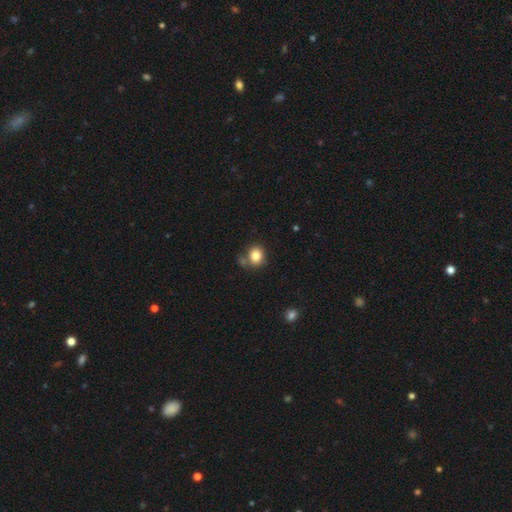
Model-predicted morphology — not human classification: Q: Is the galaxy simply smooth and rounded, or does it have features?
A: smooth — 83%.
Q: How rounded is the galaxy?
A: round — 72%.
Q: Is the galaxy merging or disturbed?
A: none — 67%.